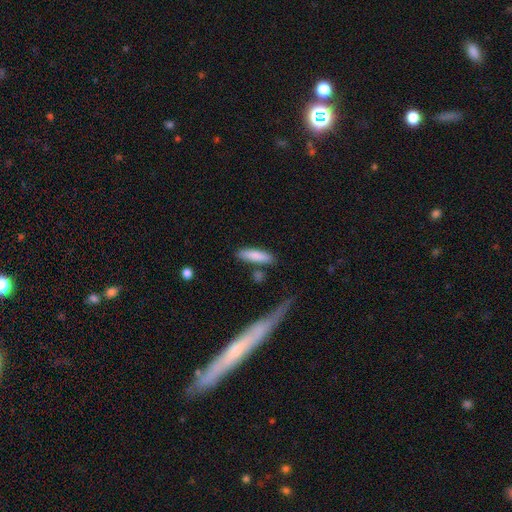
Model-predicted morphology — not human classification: This appears to be a smooth galaxy with no disk features (83%) that is cigar-shaped (66%). Merging: none (76%).